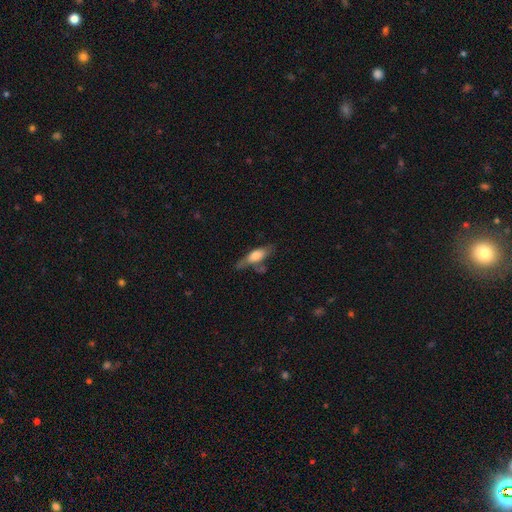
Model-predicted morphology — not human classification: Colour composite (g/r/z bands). It shows a smooth galaxy with no disk features (61%) that is in between round and cigar-shaped (57%). Merging: none (50%).